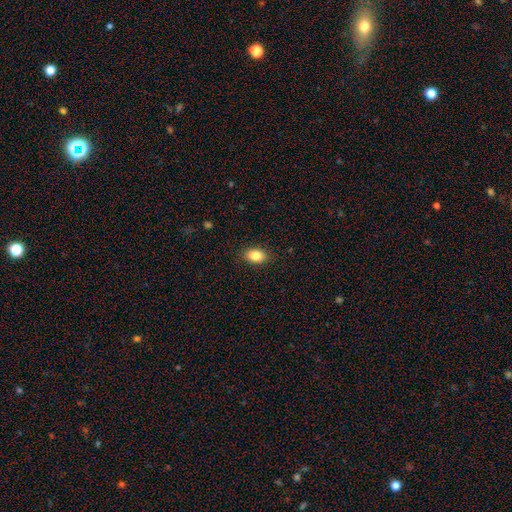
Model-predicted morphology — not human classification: The model was most divided on "how rounded": in between: 86%, round: 13%, cigar-shaped: 1%. More confident: merging — none (88%); smooth or featured — smooth (85%).